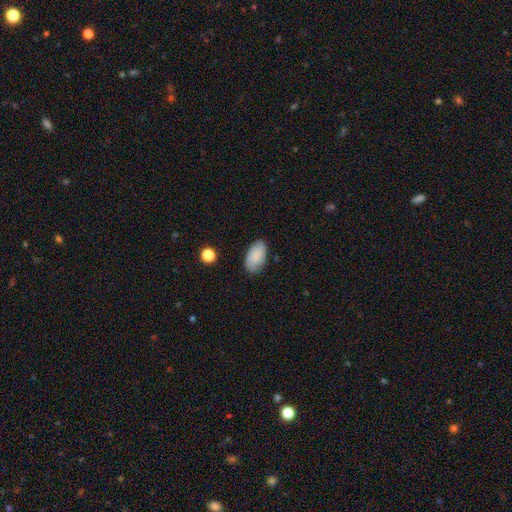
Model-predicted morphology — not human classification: smooth_or_featured: smooth (p=0.80) [alt: featured or disk p=0.12]
how_rounded: in between (p=0.94) [alt: round p=0.04]
merging: none (p=0.80) [alt: minor disturbance p=0.15]